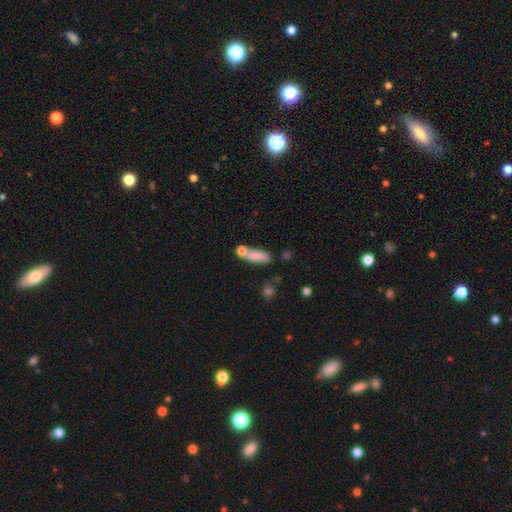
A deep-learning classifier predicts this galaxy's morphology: Smooth or featured: smooth — 78% (featured or disk — 14%)
How rounded: in between — 53% (cigar-shaped — 42%)
Merging: none — 50% (merger — 27%)